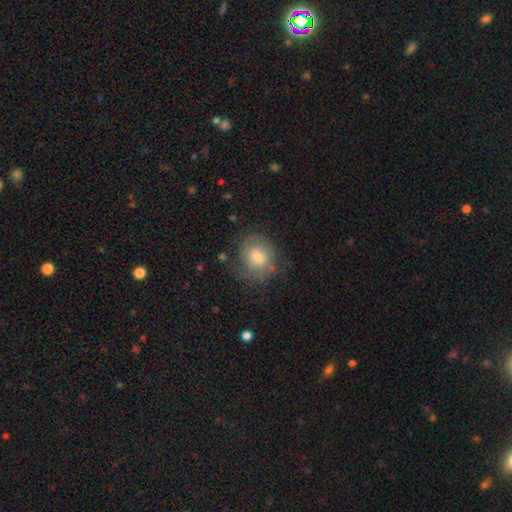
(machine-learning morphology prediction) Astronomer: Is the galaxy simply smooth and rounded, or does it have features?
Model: smooth — 50% (runner-up: featured or disk, 40%).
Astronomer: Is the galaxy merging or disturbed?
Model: none — 68%.